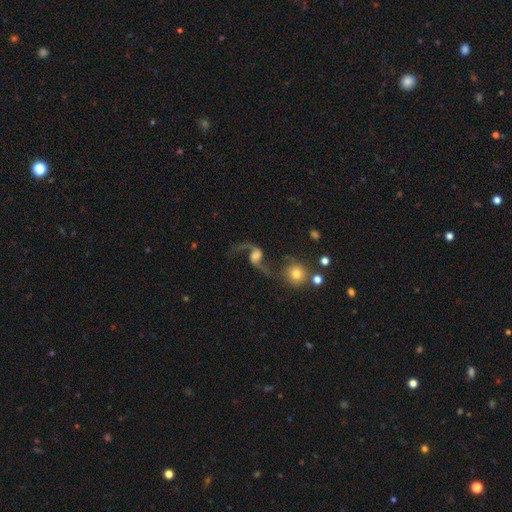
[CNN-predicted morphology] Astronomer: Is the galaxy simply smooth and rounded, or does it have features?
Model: featured or disk — 83%.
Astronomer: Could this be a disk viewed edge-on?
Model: no — 96%.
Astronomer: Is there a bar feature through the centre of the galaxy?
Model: no — 46% (runner-up: weak, 40%).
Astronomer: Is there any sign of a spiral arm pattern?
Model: yes — 94%.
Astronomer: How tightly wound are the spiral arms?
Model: loose — 90%.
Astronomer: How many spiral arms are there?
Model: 2 — 91%.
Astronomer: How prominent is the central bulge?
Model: moderate — 39% (runner-up: small, 24%).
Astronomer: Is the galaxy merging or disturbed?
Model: none — 52%.